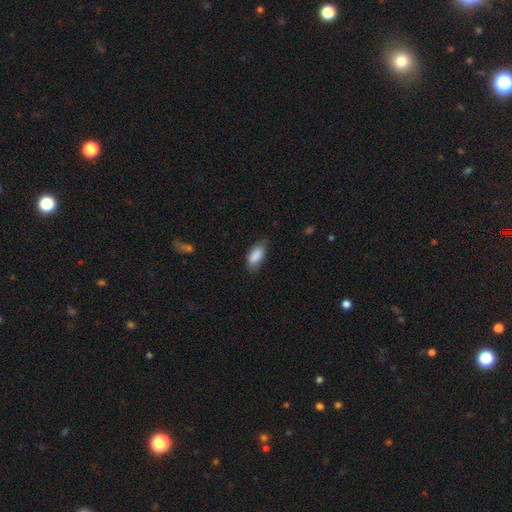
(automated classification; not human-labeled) The model was most divided on "merging": none: 64%, minor disturbance: 29%, major disturbance: 6%, merger: 2%. More confident: how rounded — in between (89%); smooth or featured — smooth (87%).